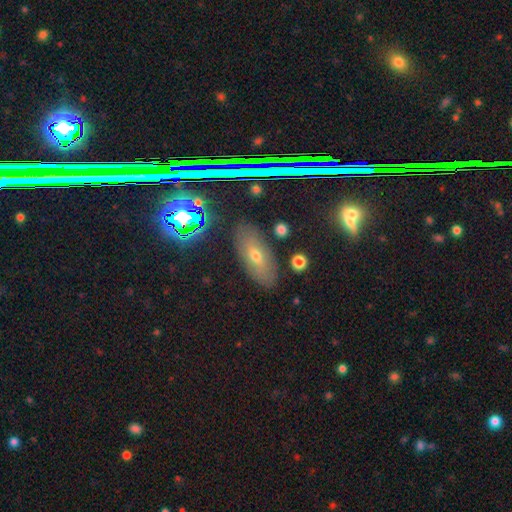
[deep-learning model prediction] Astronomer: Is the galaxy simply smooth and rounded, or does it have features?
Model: smooth — 43% (runner-up: featured or disk, 29%).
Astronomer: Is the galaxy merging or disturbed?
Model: none — 84%.